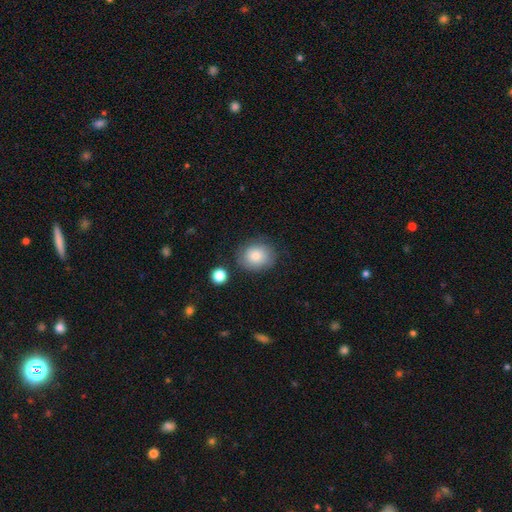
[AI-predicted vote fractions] smooth-or-featured: smooth: 78% | featured or disk: 13% | star or artifact: 9%
  how-rounded: round: 69% | in between: 30% | cigar-shaped: 1%
  merging: none: 78% | minor disturbance: 15% | major disturbance: 4% | merger: 3%